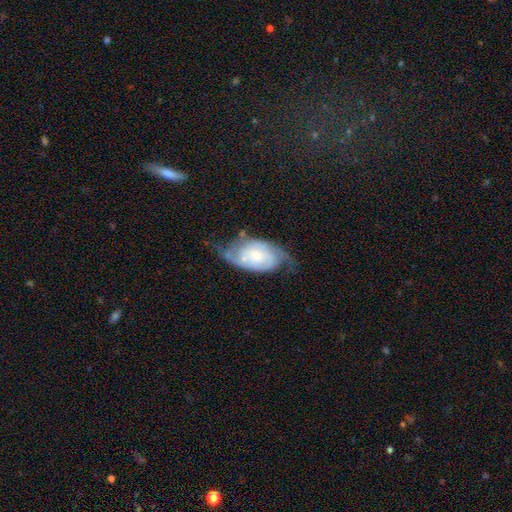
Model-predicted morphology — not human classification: A featured or disk galaxy (76%) with no bar (68%), 2 (76%) medium (41%) spiral arms (92%) and a small central bulge (62%).

Vote fractions:
- Smooth or featured? featured or disk: 76% / smooth: 18% / star or artifact: 6%
- Edge-on disk? no: 95% / yes: 5%
- Bar? no: 68% / weak: 26% / strong: 6%
- Spiral arms? yes: 92% / no: 8%
- Spiral winding? medium: 41% / tight: 38% / loose: 20%
- Spiral arm count? 2: 76% / can't tell: 14% / 3: 4% / 1: 3% / 4: 2% / more than 4: 2%
- Bulge size? small: 62% / moderate: 28% / none: 5% / large: 4% / dominant: 2%
- Merging? none: 56% / minor disturbance: 26% / major disturbance: 16% / merger: 3%